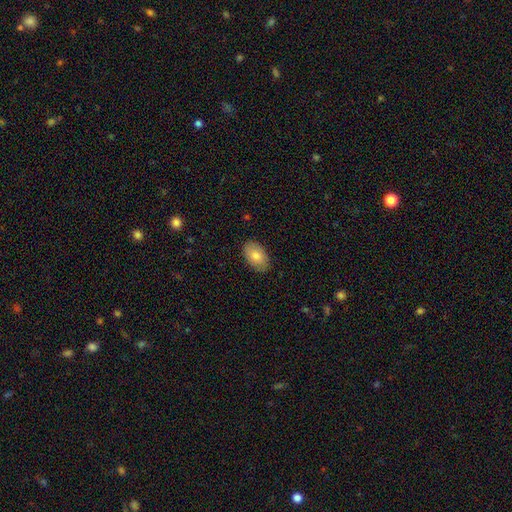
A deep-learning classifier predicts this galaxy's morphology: Q: Smooth or featured?
A: smooth (79%); runner-up: featured or disk (14%)
Q: How rounded?
A: in between (91%); runner-up: round (7%)
Q: Merging?
A: none (87%); runner-up: minor disturbance (10%)